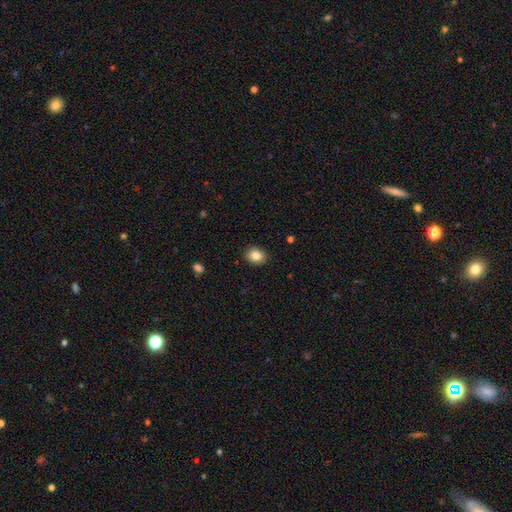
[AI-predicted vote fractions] The model was most divided on "how rounded": in between: 50%, round: 49%, cigar-shaped: 1%. More confident: merging — none (89%); smooth or featured — smooth (84%).